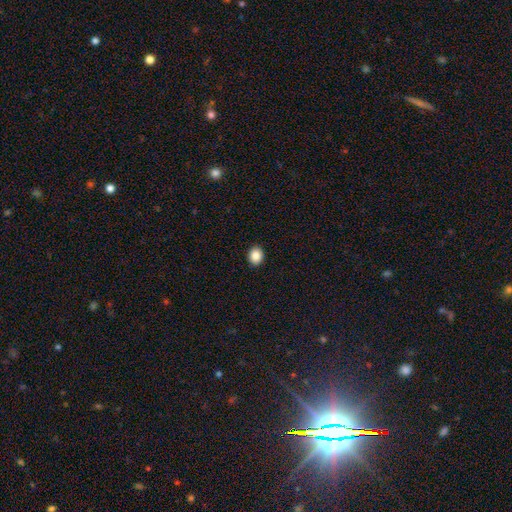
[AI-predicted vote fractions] Smooth or featured? Predicted: smooth (p=0.88). How rounded? Predicted: round (p=0.56). Merging? Predicted: none (p=0.92).